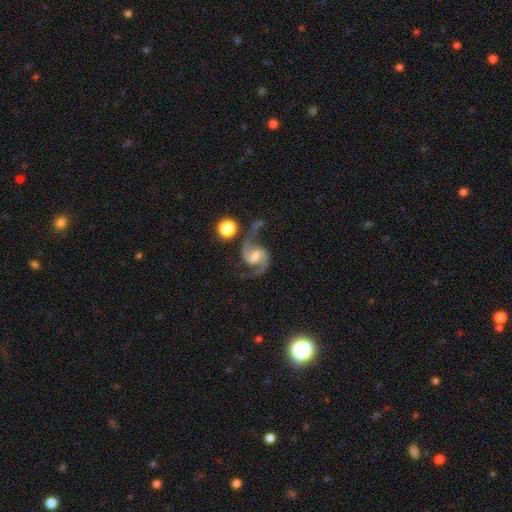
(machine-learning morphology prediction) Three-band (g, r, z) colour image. It shows a featured or disk galaxy (91%) with a weak bar (50%), 2 (94%) medium (49%) spiral arms (98%) and a moderate central bulge (53%). Merging: none (67%).